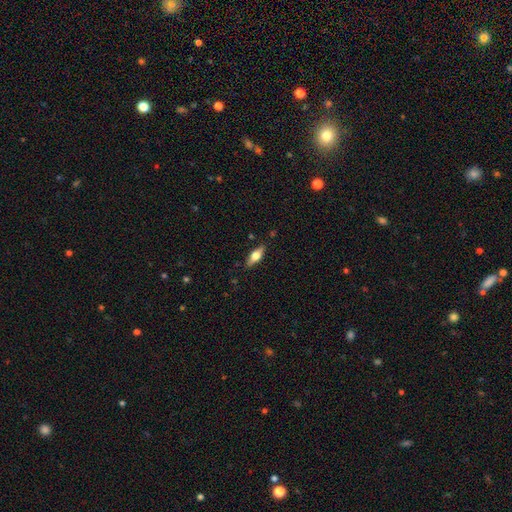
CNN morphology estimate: This is possibly a smooth galaxy (47%). Merging: clearly none (86%).